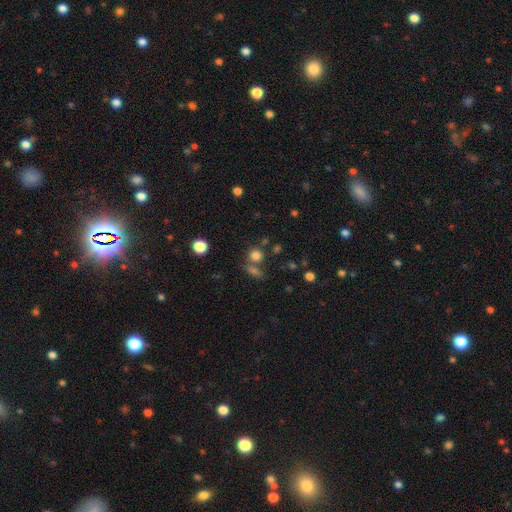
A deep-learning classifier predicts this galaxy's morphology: Overall: smooth (77%). How rounded: round (85%). Merging: none (63%; merger 24%).